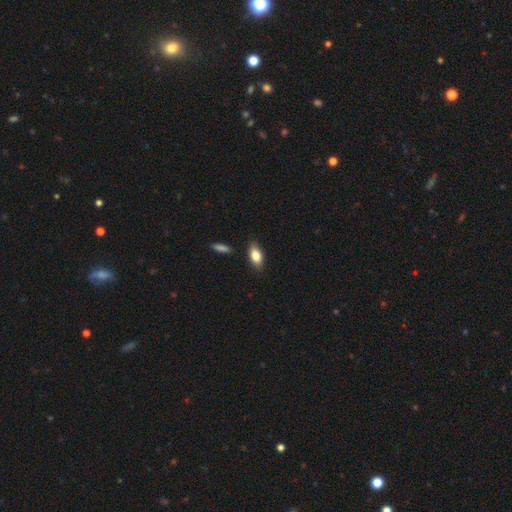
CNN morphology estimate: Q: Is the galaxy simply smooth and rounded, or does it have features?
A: smooth — 81%.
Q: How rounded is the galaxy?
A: in between — 88%.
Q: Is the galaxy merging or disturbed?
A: none — 84%.